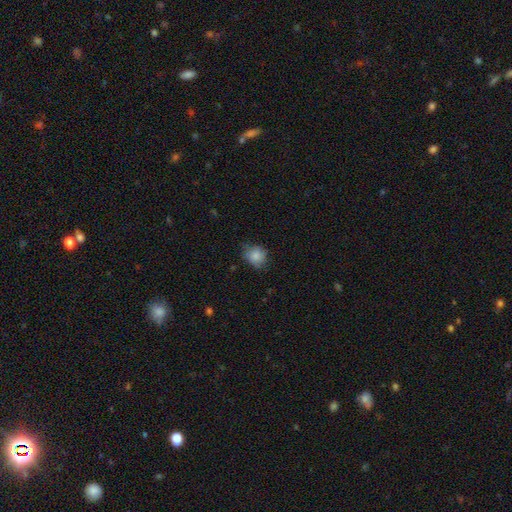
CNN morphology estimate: This appears to be a smooth galaxy with no disk features (84%) that is round (77%). Merging: none (67%).